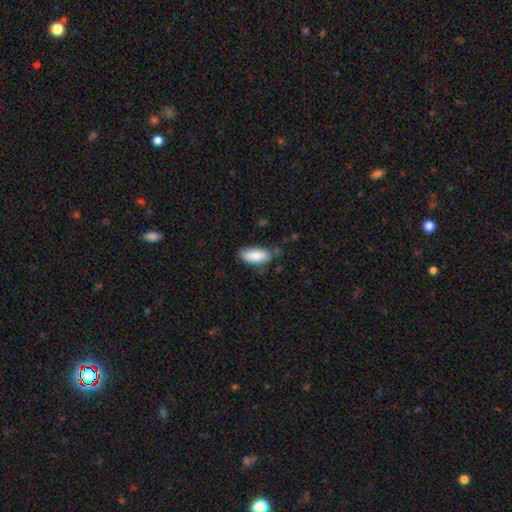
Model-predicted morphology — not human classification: Smooth or featured? Predicted: smooth (p=0.85). How rounded? Predicted: in between (p=0.88). Merging? Predicted: none (p=0.72).